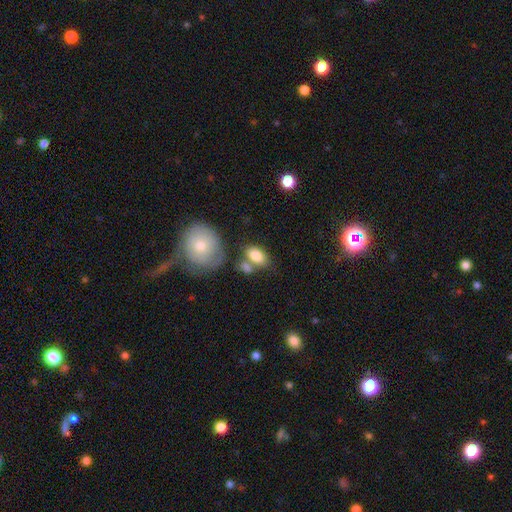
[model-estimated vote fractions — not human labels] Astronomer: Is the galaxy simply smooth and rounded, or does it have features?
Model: smooth — 82%.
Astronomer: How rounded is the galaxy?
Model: in between — 87%.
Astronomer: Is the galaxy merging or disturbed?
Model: none — 49% (runner-up: merger, 29%).